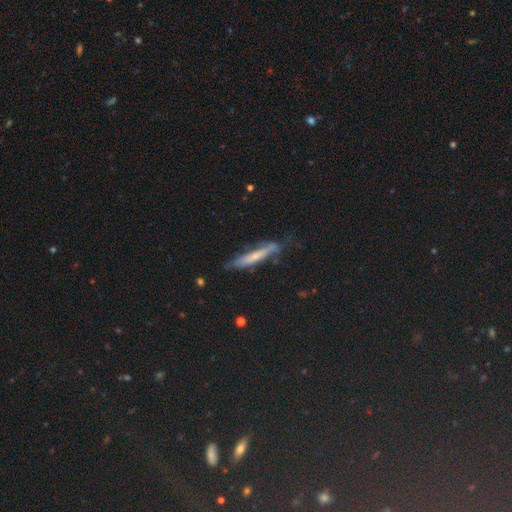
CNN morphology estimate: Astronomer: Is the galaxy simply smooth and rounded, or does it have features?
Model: featured or disk — 43% (runner-up: smooth, 37%).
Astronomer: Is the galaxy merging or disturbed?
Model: none — 70%.